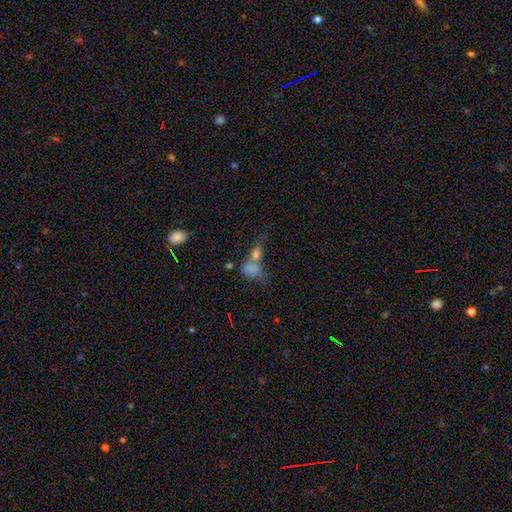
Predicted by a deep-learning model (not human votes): This appears to be a smooth galaxy with no disk features (55%) that is in between round and cigar-shaped (67%). Merging: merger (53%).